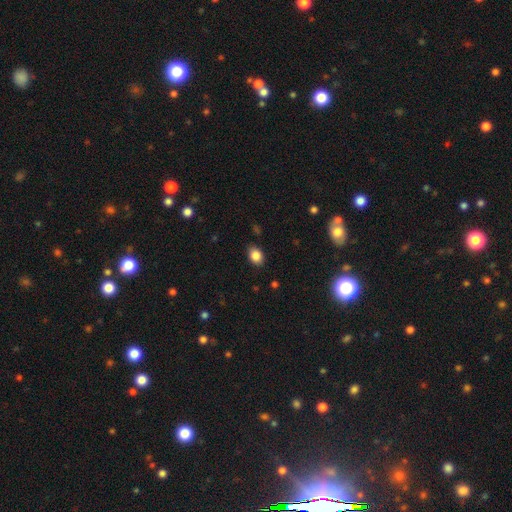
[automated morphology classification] The model was most divided on "how rounded": in between: 69%, round: 30%, cigar-shaped: 1%. More confident: smooth or featured — smooth (86%); merging — none (85%).